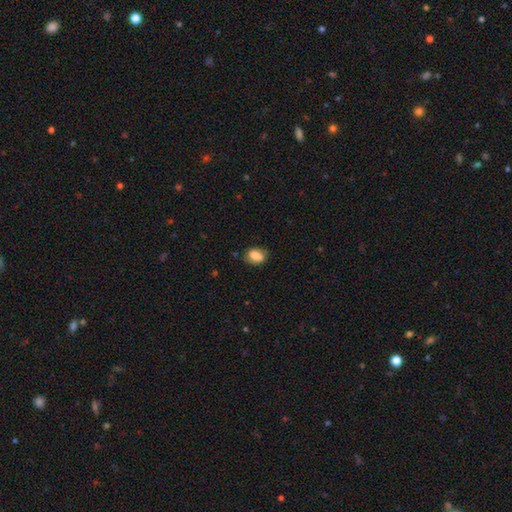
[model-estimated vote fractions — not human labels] Overall: smooth (75%). How rounded: in between (79%). Merging: none (76%).